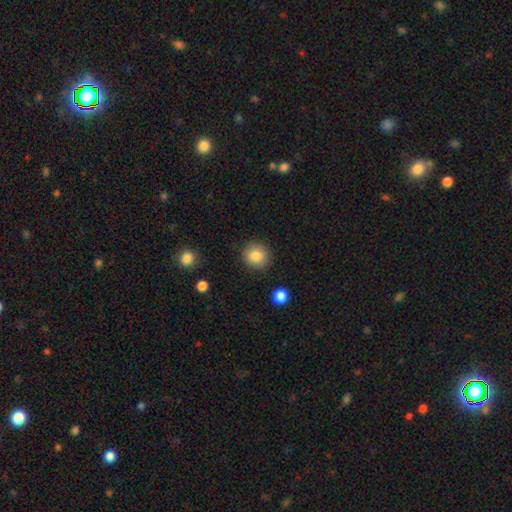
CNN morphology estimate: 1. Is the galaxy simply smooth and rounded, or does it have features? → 86% smooth, 9% star or artifact, 6% featured or disk.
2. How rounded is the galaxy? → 89% round, 10% in between, 1% cigar-shaped.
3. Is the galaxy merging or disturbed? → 88% none, 8% minor disturbance, 3% major disturbance, 2% merger.